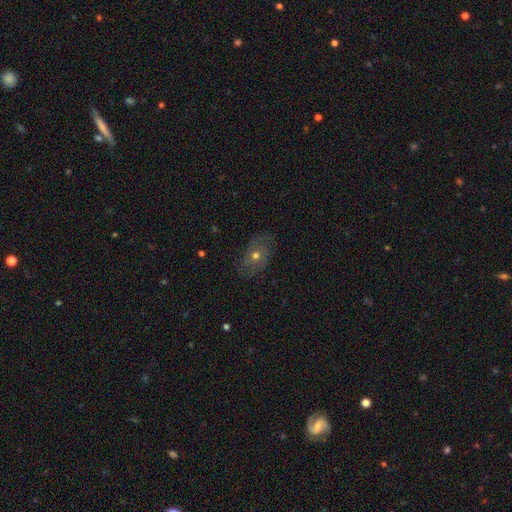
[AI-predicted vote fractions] Smooth or featured?
  - featured or disk: 52% *
  - smooth: 35%
  - star or artifact: 13%
Edge-on disk?
  - no: 93% *
  - yes: 7%
Merging?
  - none: 75% *
  - minor disturbance: 17%
  - major disturbance: 7%
  - merger: 1%